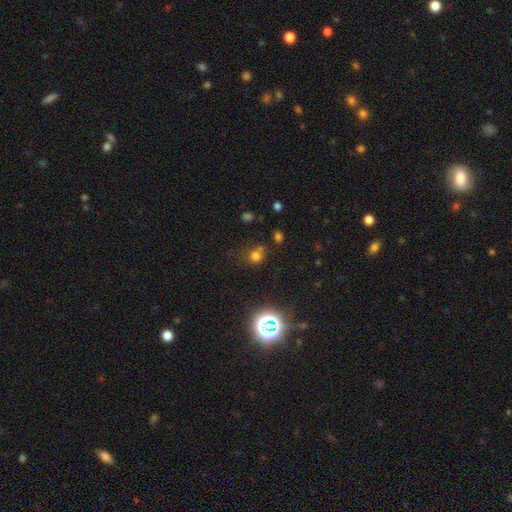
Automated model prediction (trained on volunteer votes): Q: Smooth or featured?
A: smooth (63%); runner-up: star or artifact (29%)
Q: How rounded?
A: round (82%); runner-up: in between (17%)
Q: Merging?
A: none (61%); runner-up: merger (20%)